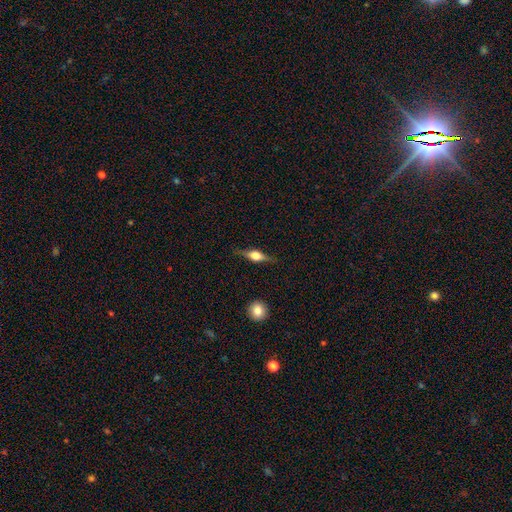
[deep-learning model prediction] featured or disk 65%, smooth 29%, star or artifact 7%. Down the decision tree: edge-on disk — yes (96%); edge-on bulge — rounded (90%); merging — none (83%).